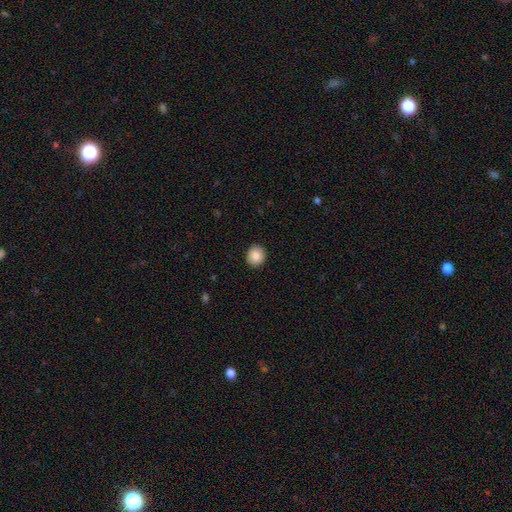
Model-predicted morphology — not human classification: Q: Smooth or featured?
A: smooth (87%); runner-up: star or artifact (8%)
Q: How rounded?
A: round (82%); runner-up: in between (17%)
Q: Merging?
A: none (92%); runner-up: minor disturbance (6%)